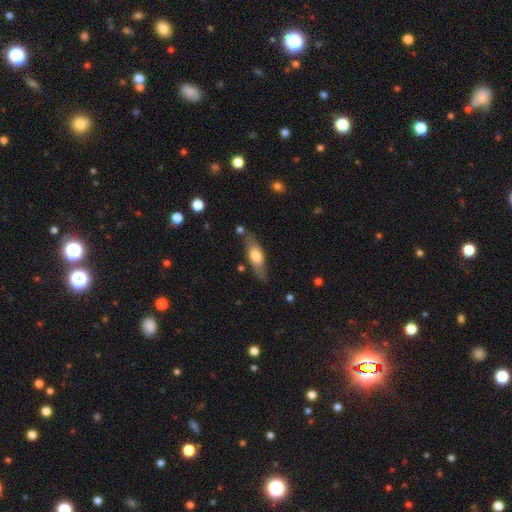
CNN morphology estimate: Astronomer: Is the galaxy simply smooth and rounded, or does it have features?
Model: smooth — 50% (runner-up: featured or disk, 45%).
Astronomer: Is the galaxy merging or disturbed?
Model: none — 75%.